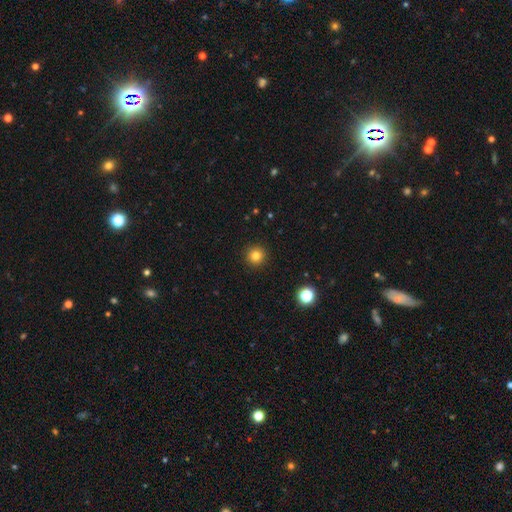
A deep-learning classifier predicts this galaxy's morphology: smooth_or_featured: smooth (p=0.82) [alt: star or artifact p=0.13]
how_rounded: round (p=0.95) [alt: in between p=0.04]
merging: none (p=0.93) [alt: minor disturbance p=0.04]